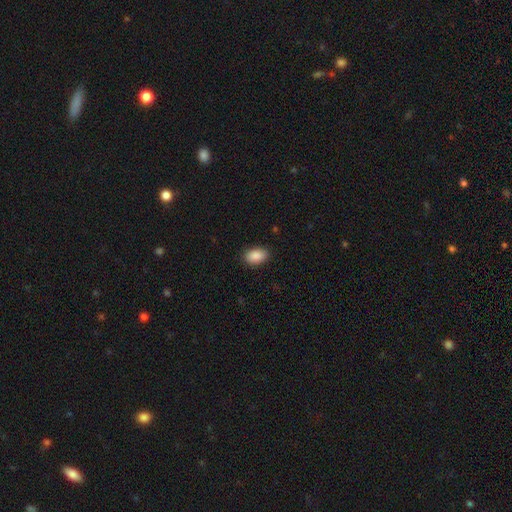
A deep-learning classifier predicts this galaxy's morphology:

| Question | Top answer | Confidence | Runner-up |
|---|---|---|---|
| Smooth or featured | smooth | 89% | star or artifact (7%) |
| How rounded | in between | 90% | round (9%) |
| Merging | none | 88% | minor disturbance (9%) |